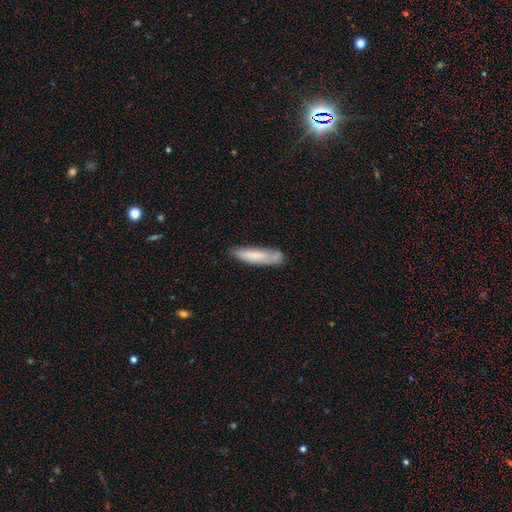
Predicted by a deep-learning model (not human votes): Smooth or featured?
  - smooth: 71% *
  - featured or disk: 23%
  - star or artifact: 6%
How rounded?
  - cigar-shaped: 72% *
  - in between: 26%
  - round: 1%
Merging?
  - none: 66% *
  - minor disturbance: 23%
  - major disturbance: 6%
  - merger: 5%